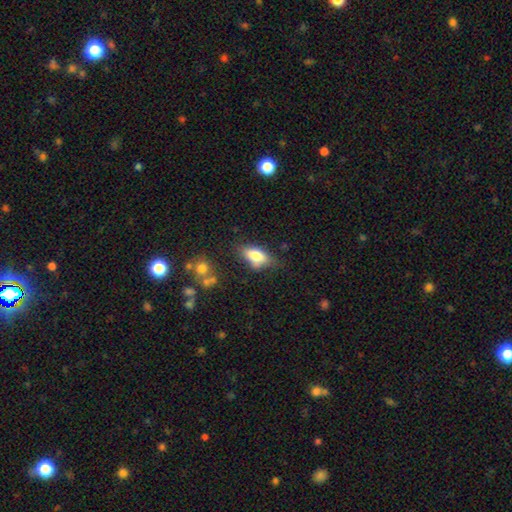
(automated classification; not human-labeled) Smooth or featured? smooth (75%)
How rounded? in between (84%)
Merging? none (63%)